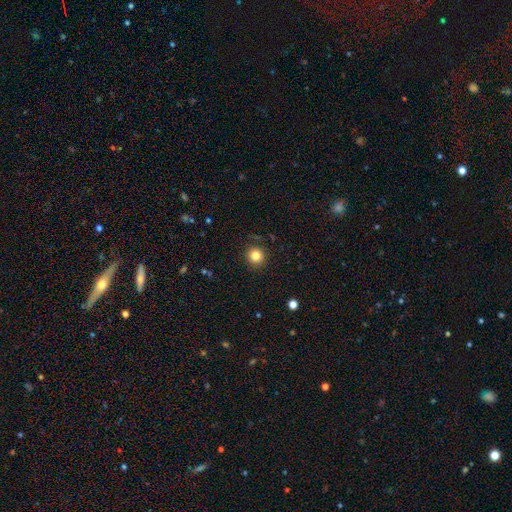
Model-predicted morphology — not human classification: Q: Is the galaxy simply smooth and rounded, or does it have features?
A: smooth — 83%.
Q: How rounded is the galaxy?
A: round — 94%.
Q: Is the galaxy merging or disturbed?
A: none — 91%.